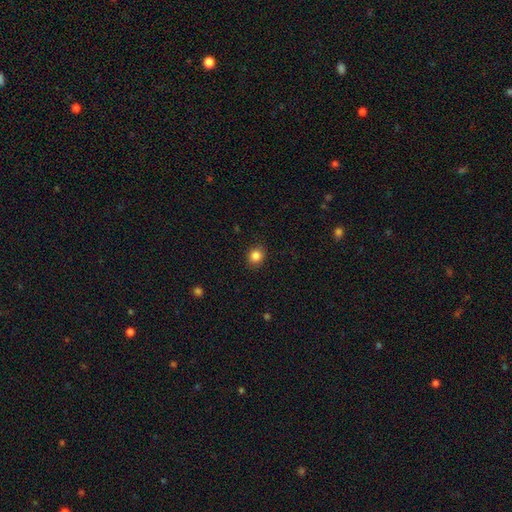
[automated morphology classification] Smooth or featured: smooth — 85% (star or artifact — 10%)
How rounded: round — 74% (in between — 25%)
Merging: none — 90% (minor disturbance — 7%)